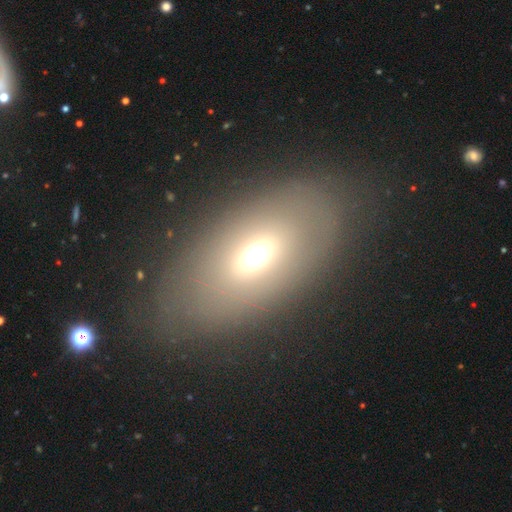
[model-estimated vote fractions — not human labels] Morphology: type=smooth (59%); roundness=in between (84%); merging=none (75%).